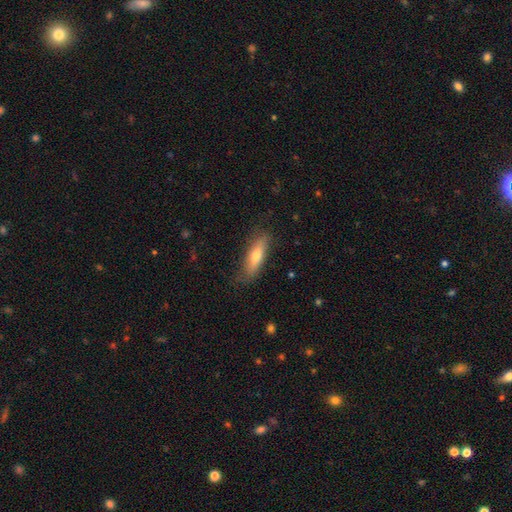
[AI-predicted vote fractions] This is likely a smooth galaxy (63%). How rounded: possibly cigar-shaped (58%). Merging: likely none (79%).